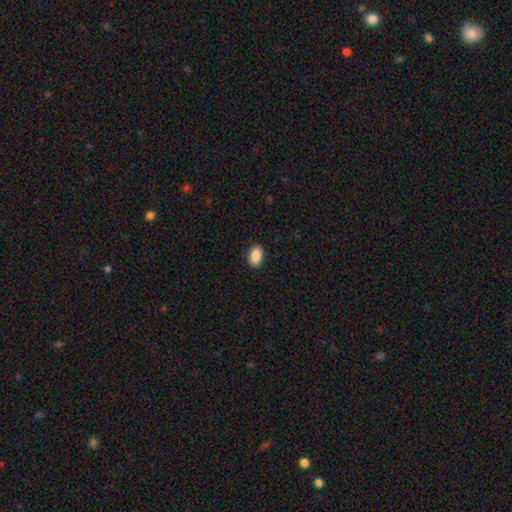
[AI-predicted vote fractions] The model was most divided on "merging": none: 90%, minor disturbance: 7%, major disturbance: 2%, merger: 1%. More confident: how rounded — in between (92%); smooth or featured — smooth (90%).